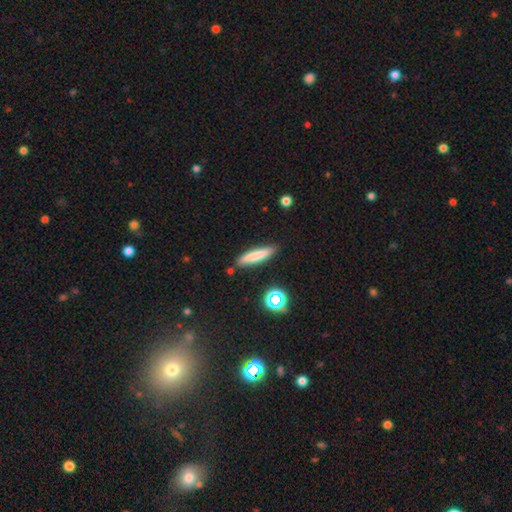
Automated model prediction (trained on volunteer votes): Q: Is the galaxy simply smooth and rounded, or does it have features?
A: smooth — 74%.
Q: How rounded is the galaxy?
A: cigar-shaped — 86%.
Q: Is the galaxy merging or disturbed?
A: none — 85%.